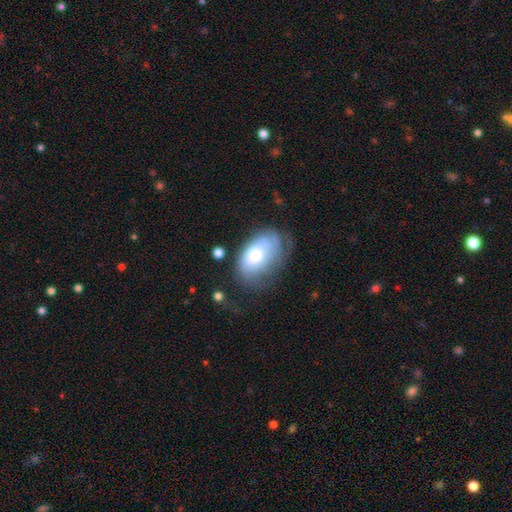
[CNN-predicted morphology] A smooth galaxy with no disk features (52%) that is in between round and cigar-shaped (87%).

Vote fractions:
- Smooth or featured? smooth: 52% / featured or disk: 40% / star or artifact: 8%
- How rounded? in between: 87% / round: 11% / cigar-shaped: 1%
- Merging? none: 44% / minor disturbance: 30% / major disturbance: 23% / merger: 3%